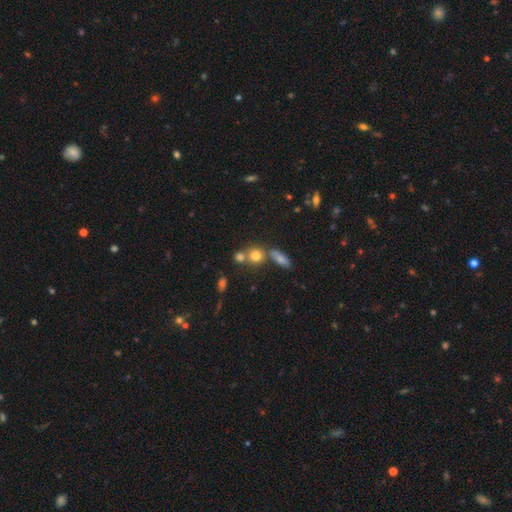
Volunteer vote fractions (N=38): Q: Smooth or featured?
A: smooth (82%); runner-up: featured or disk (13%)
Q: How rounded?
A: round (74%); runner-up: in between (23%)
Q: Merging?
A: none (58%); runner-up: merger (31%)